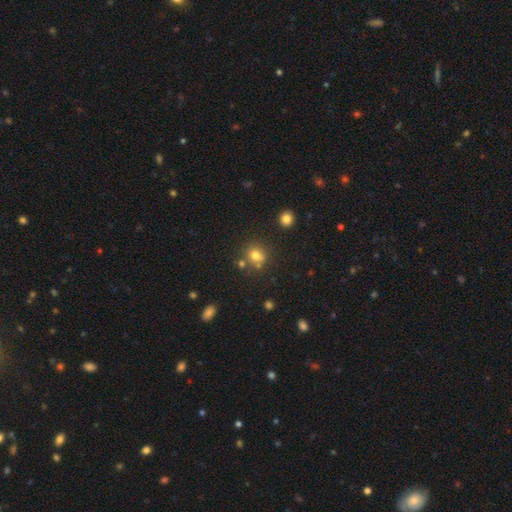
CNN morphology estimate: A smooth galaxy with no disk features (73%) that is round (84%). Merging: none (67%).